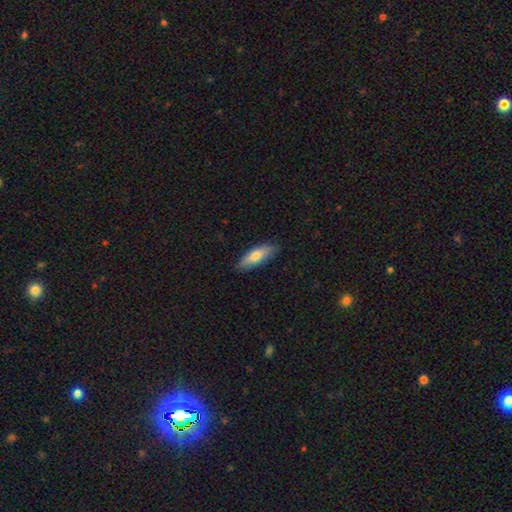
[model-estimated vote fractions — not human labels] Q: Smooth or featured?
A: smooth (76%); runner-up: featured or disk (19%)
Q: How rounded?
A: in between (60%); runner-up: cigar-shaped (38%)
Q: Merging?
A: none (85%); runner-up: minor disturbance (12%)